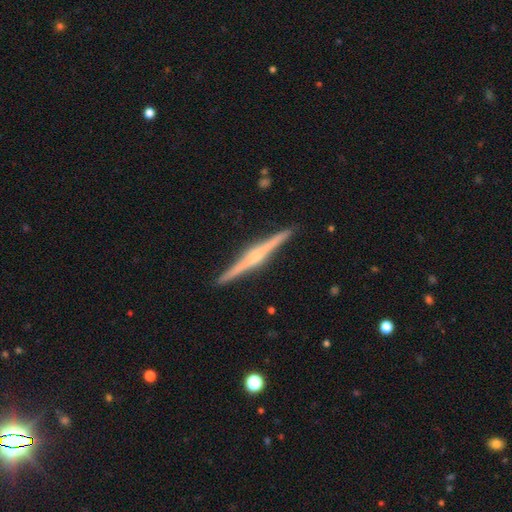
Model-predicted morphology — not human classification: featured or disk 83%, smooth 12%, star or artifact 5%. Down the decision tree: edge-on disk — yes (99%); edge-on bulge — rounded (79%); merging — none (92%).